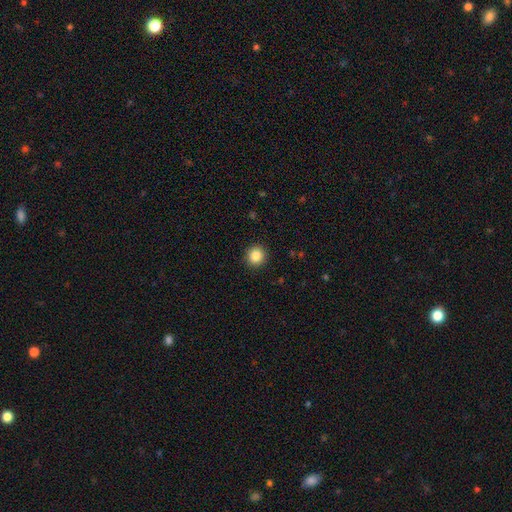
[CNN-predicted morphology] Smooth or featured?
  - smooth: 86% *
  - star or artifact: 10%
  - featured or disk: 5%
How rounded?
  - round: 94% *
  - in between: 5%
  - cigar-shaped: 1%
Merging?
  - none: 92% *
  - minor disturbance: 5%
  - major disturbance: 2%
  - merger: 1%